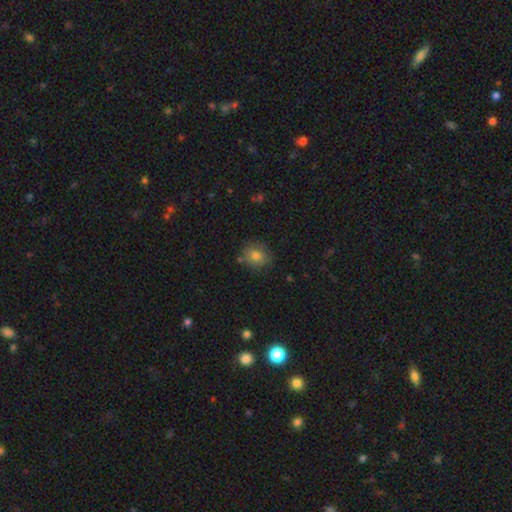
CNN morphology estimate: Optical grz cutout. It shows a smooth galaxy with no disk features (77%) that is round (68%). Merging: none (77%).